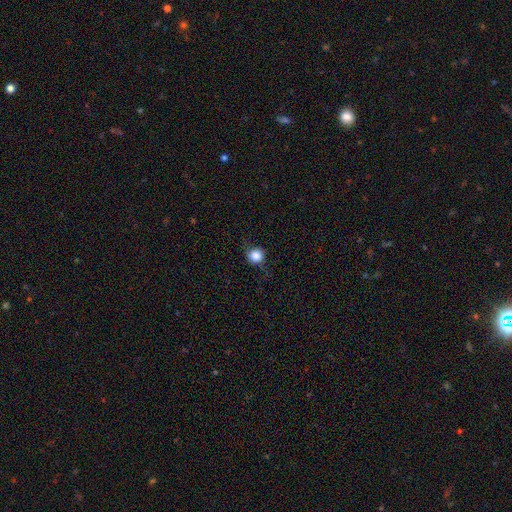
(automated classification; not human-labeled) This is clearly a smooth galaxy (81%). How rounded: clearly round (89%). Merging: likely none (75%).